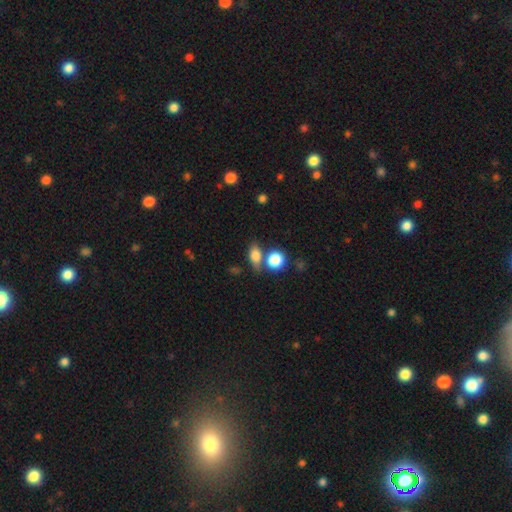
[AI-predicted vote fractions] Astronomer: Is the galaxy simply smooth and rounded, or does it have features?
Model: smooth — 80%.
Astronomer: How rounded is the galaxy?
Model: in between — 70%.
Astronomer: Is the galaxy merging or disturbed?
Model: none — 54%.